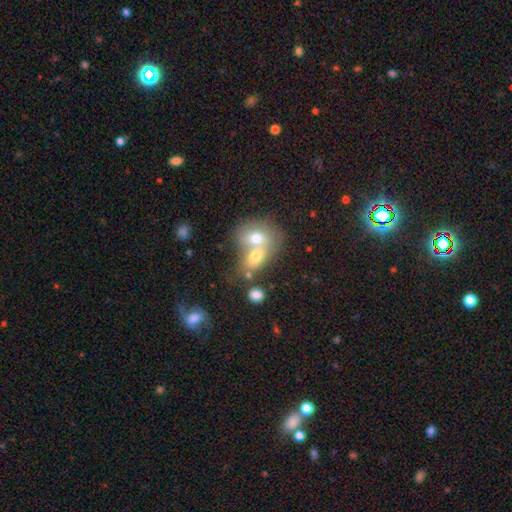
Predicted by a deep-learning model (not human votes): A smooth galaxy with no disk features (66%) that is in between round and cigar-shaped (60%). Merging: merger (71%).